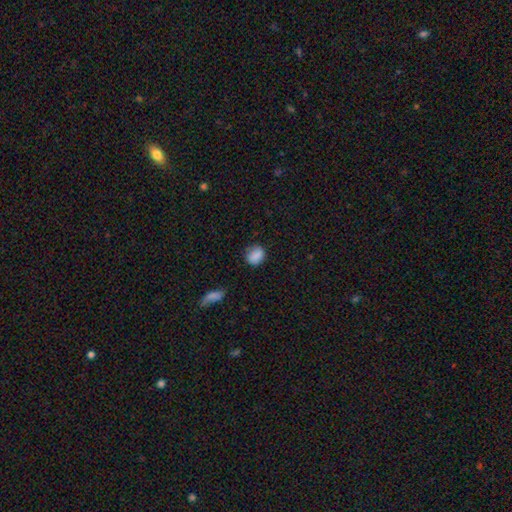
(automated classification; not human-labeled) A smooth galaxy with no disk features (85%) that is round (62%). Merging: none (71%).